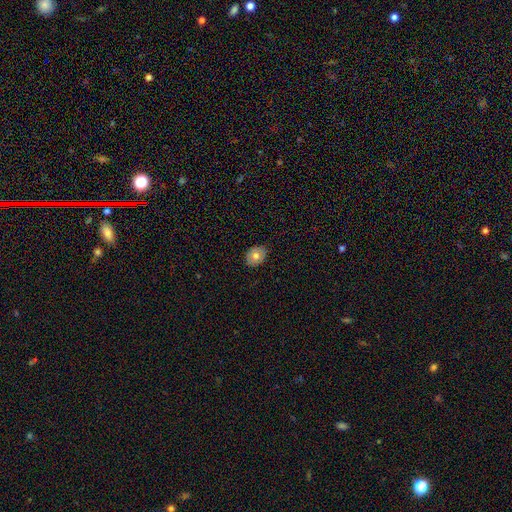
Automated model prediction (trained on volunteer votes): Morphology: type=smooth (74%); roundness=in between (62%); merging=none (87%).